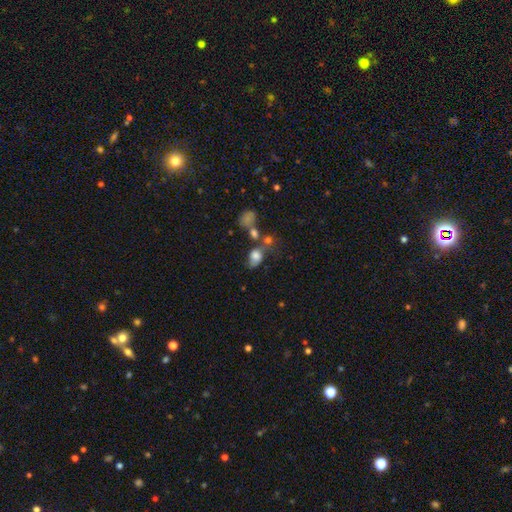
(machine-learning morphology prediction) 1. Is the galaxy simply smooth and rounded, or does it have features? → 70% smooth, 18% featured or disk, 12% star or artifact.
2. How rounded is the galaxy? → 77% in between, 21% round, 2% cigar-shaped.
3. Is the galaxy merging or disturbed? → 30% none (tied), 30% merger (tied), 20% minor disturbance, 19% major disturbance.